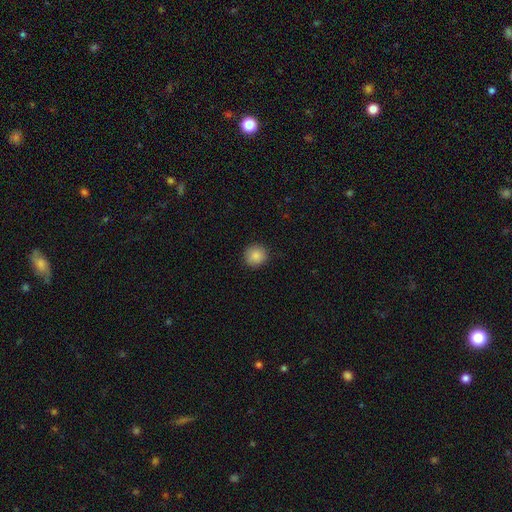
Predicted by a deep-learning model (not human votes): smooth-or-featured: smooth: 86% | star or artifact: 9% | featured or disk: 4%
  how-rounded: round: 92% | in between: 7% | cigar-shaped: 1%
  merging: none: 90% | minor disturbance: 7% | major disturbance: 2% | merger: 1%